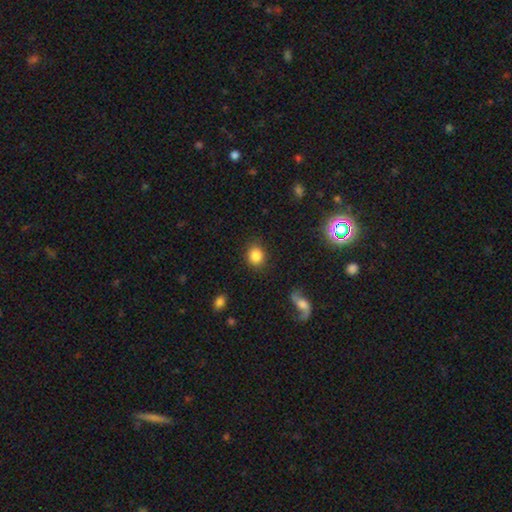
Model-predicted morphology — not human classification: Smooth or featured: smooth — 84% (star or artifact — 10%)
How rounded: round — 76% (in between — 23%)
Merging: none — 86% (minor disturbance — 9%)